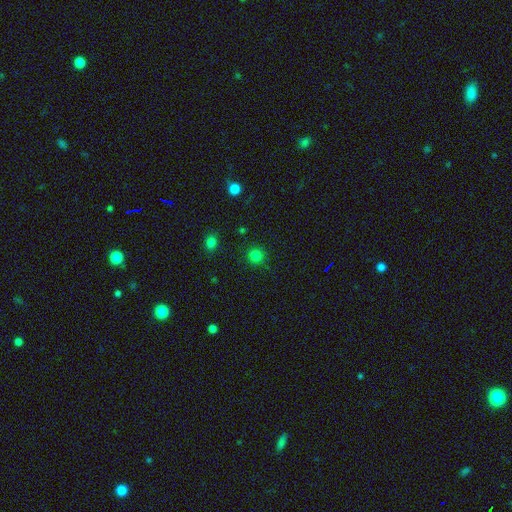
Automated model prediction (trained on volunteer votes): A smooth galaxy with no disk features (81%) that is round (94%). Merging: none (91%).